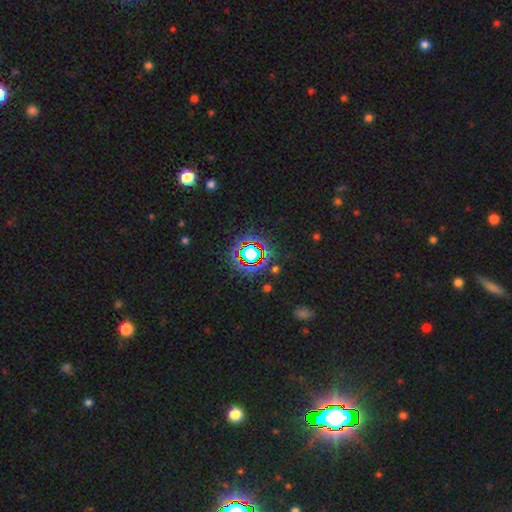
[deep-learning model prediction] Q: Smooth or featured?
A: star or artifact (73%); runner-up: smooth (17%)